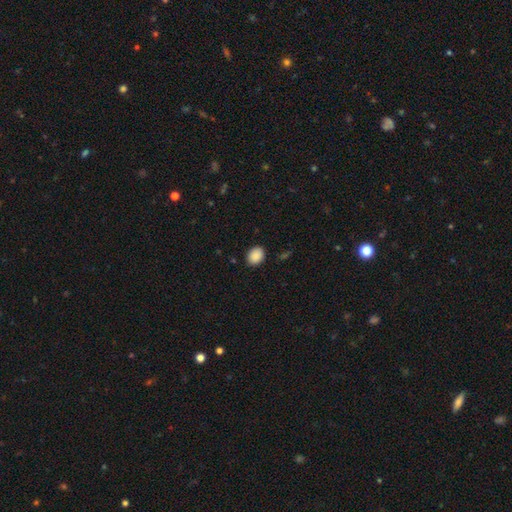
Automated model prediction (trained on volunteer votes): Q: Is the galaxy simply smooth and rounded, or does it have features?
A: smooth — 89%.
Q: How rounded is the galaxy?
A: in between — 57%.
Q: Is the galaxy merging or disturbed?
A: none — 87%.